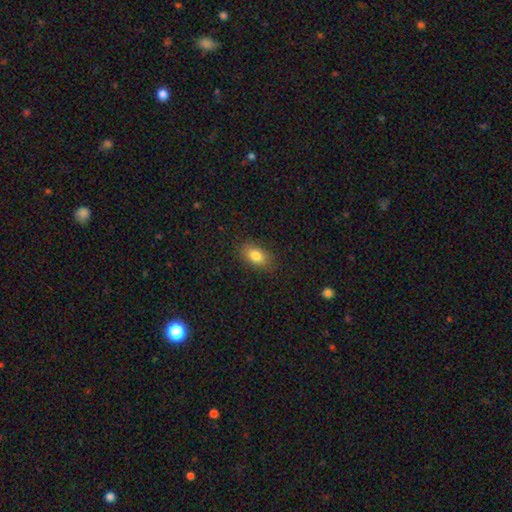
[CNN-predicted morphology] The model was most divided on "smooth or featured": smooth: 82%, featured or disk: 9%, star or artifact: 9%. More confident: how rounded — in between (87%); merging — none (85%).